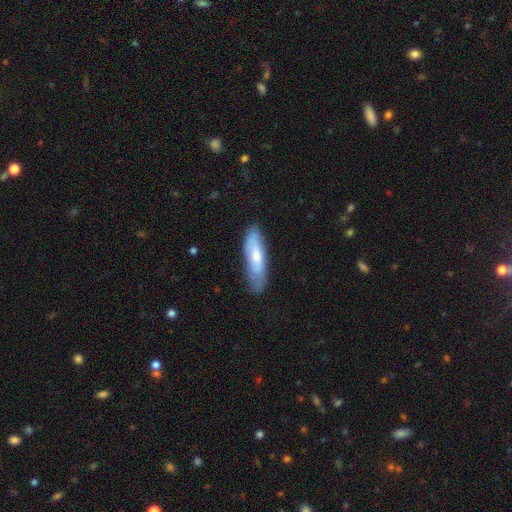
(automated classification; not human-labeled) This appears to be a smooth galaxy with no disk features (59%) that is cigar-shaped (59%). Merging: none (75%).